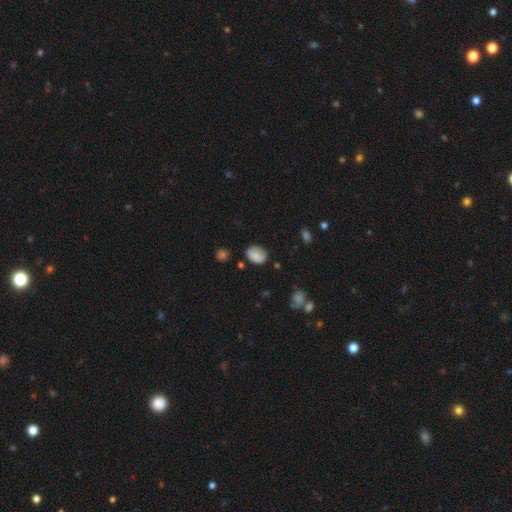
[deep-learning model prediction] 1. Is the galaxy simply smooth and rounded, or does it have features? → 79% smooth, 13% featured or disk, 9% star or artifact.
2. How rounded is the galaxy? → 69% in between, 30% round, 1% cigar-shaped.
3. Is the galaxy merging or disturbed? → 68% none, 24% minor disturbance, 6% major disturbance, 3% merger.